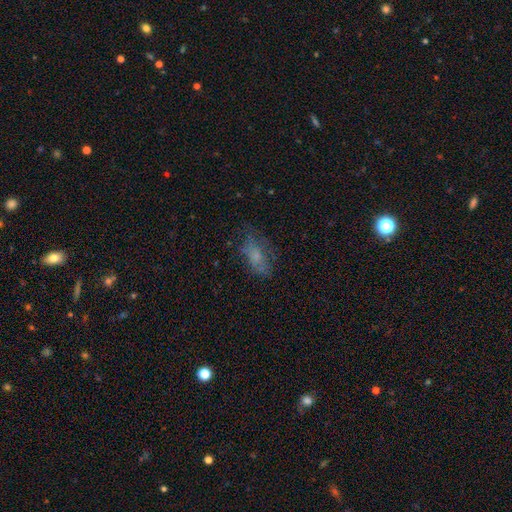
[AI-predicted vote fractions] smooth_or_featured: smooth (p=0.58) [alt: featured or disk p=0.29]
how_rounded: in between (p=0.84) [alt: cigar-shaped p=0.10]
merging: none (p=0.54) [alt: minor disturbance p=0.25]